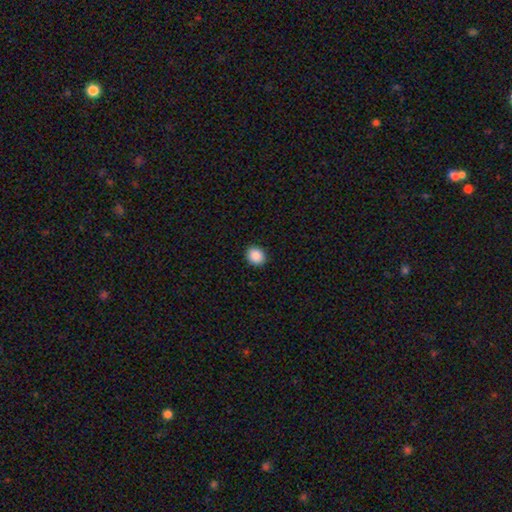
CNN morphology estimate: Q: Smooth or featured?
A: smooth (89%); runner-up: star or artifact (8%)
Q: How rounded?
A: round (72%); runner-up: in between (27%)
Q: Merging?
A: none (92%); runner-up: minor disturbance (6%)